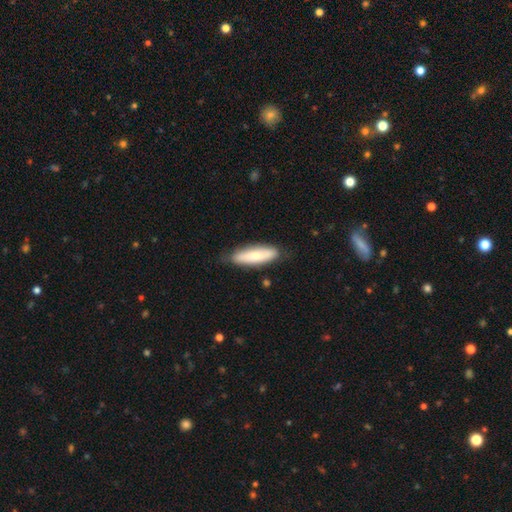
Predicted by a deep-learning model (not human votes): Smooth or featured?
  - smooth: 65% *
  - featured or disk: 30%
  - star or artifact: 5%
How rounded?
  - in between: 51% *
  - cigar-shaped: 48%
  - round: 2%
Merging?
  - none: 77% *
  - minor disturbance: 18%
  - major disturbance: 3%
  - merger: 1%